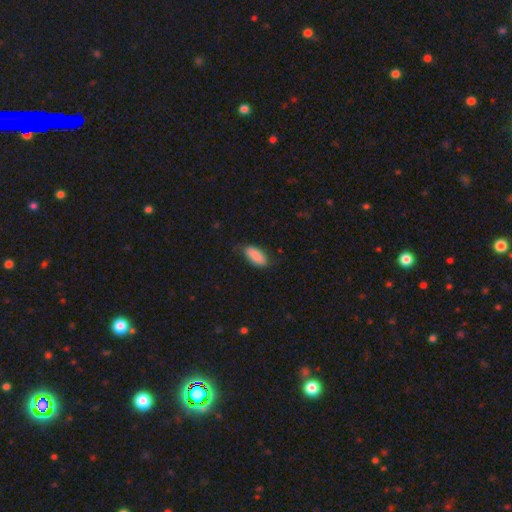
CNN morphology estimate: Q: Smooth or featured?
A: smooth (85%); runner-up: featured or disk (9%)
Q: How rounded?
A: in between (87%); runner-up: cigar-shaped (11%)
Q: Merging?
A: none (71%); runner-up: minor disturbance (23%)